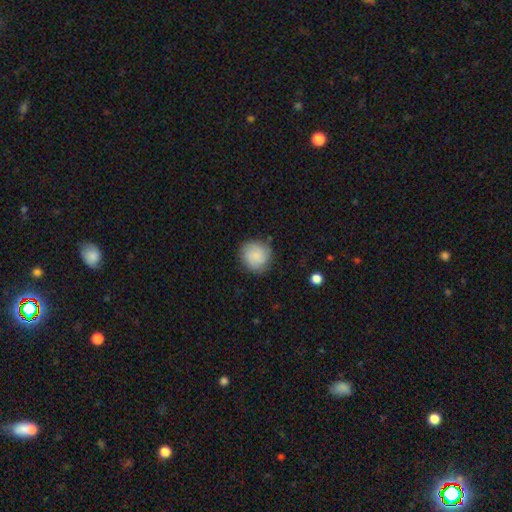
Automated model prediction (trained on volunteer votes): This appears to be a smooth galaxy with no disk features (80%) that is round (91%). Merging: none (82%).